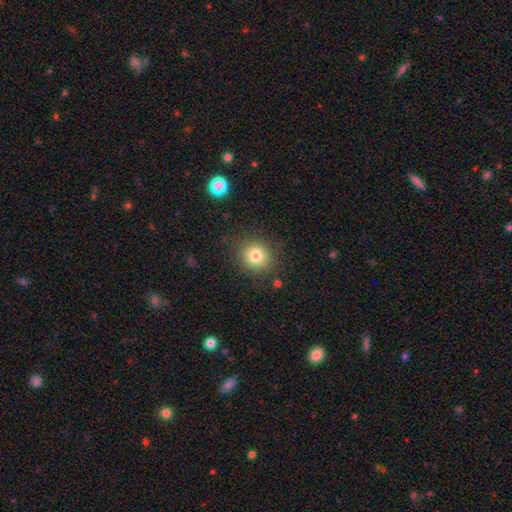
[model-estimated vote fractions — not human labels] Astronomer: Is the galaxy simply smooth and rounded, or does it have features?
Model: smooth — 80%.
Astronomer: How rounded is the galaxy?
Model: round — 83%.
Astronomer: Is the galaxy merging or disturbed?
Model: none — 87%.